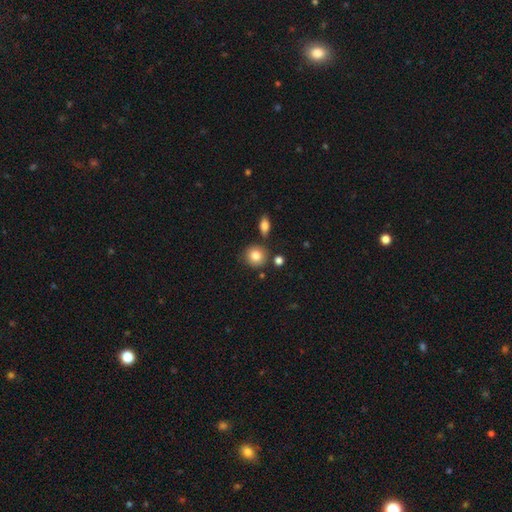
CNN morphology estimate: Overall: smooth (85%). How rounded: round (85%). Merging: none (77%).